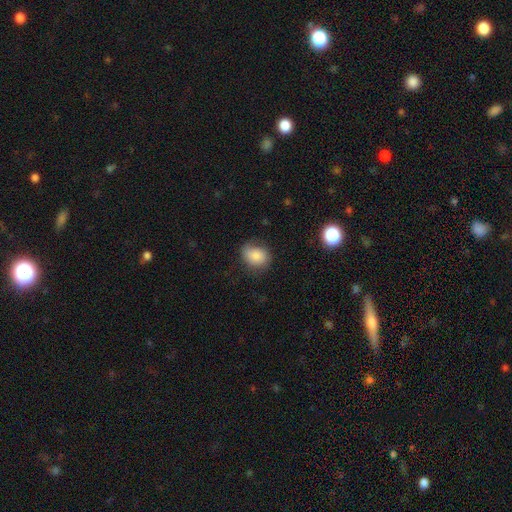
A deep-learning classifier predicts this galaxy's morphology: smooth_or_featured: smooth (p=0.76) [alt: featured or disk p=0.14]
how_rounded: round (p=0.50) [alt: in between p=0.49]
merging: none (p=0.67) [alt: minor disturbance p=0.23]